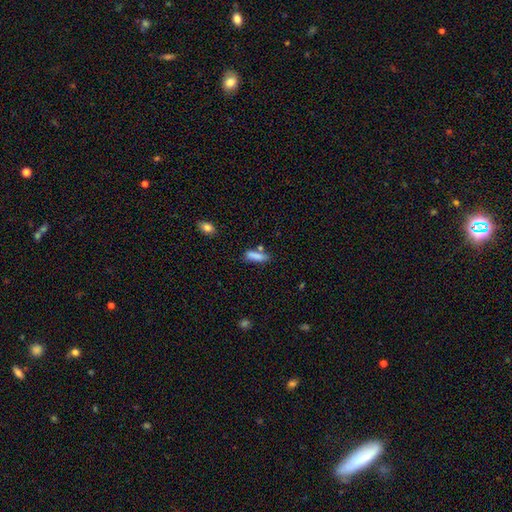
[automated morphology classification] Smooth or featured? smooth (83%)
How rounded? cigar-shaped (56%)
Merging? none (64%)